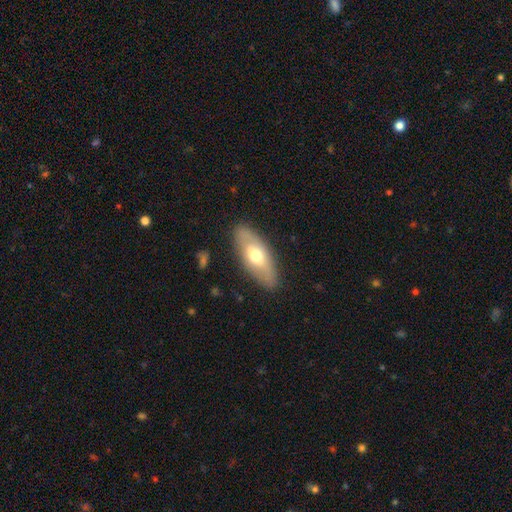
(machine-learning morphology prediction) This appears to be a smooth galaxy with no disk features (59%) that is in between round and cigar-shaped (79%). Merging: none (86%).